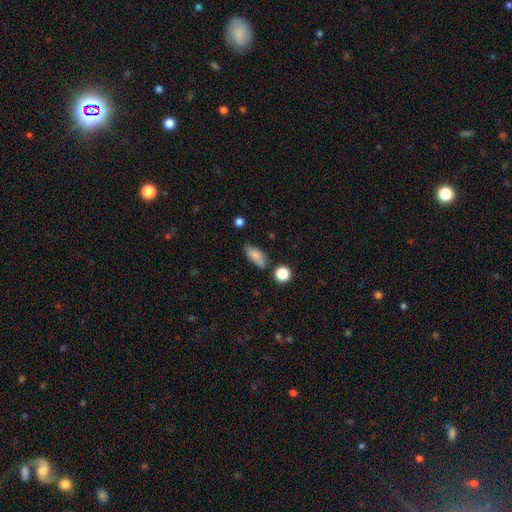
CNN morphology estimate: This is clearly a smooth galaxy (82%). How rounded: clearly in between (84%). Merging: likely none (68%).